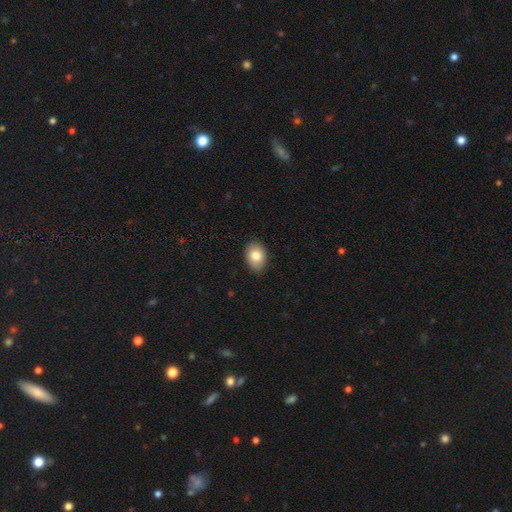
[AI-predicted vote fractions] A smooth galaxy with no disk features (82%) that is in between round and cigar-shaped (80%).

Vote fractions:
- Smooth or featured? smooth: 82% / featured or disk: 11% / star or artifact: 8%
- How rounded? in between: 80% / round: 19% / cigar-shaped: 1%
- Merging? none: 86% / minor disturbance: 12% / major disturbance: 2% / merger: 1%